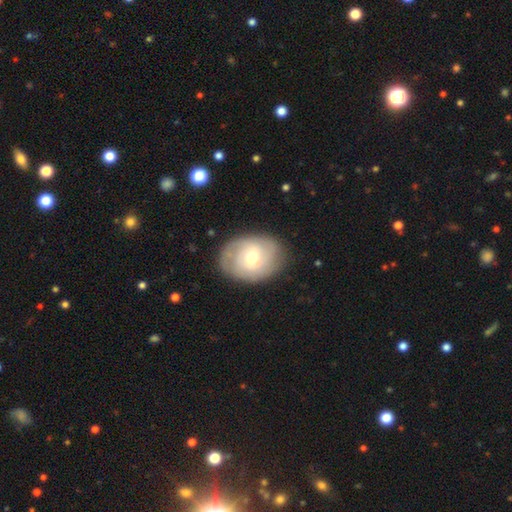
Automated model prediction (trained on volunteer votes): Smooth or featured? featured or disk (52%)
Edge-on disk? no (95%)
Merging? none (79%)